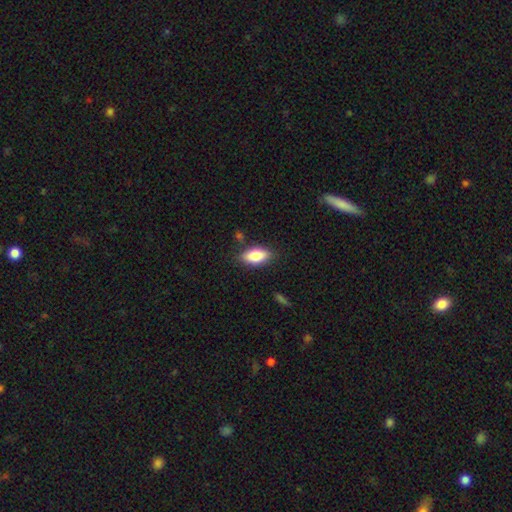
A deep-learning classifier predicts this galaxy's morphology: smooth 79%, featured or disk 14%, star or artifact 7%. Down the decision tree: how rounded — in between (87%); merging — none (82%).